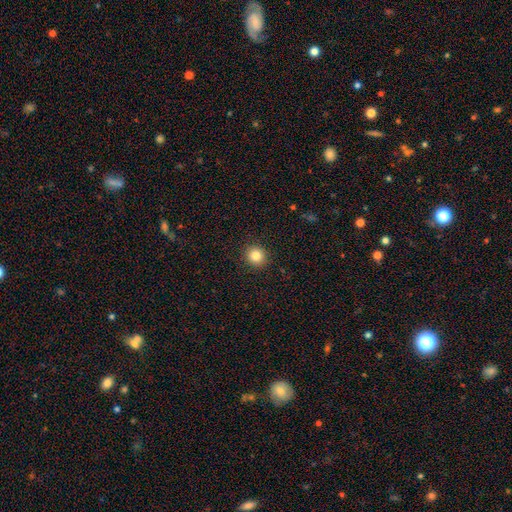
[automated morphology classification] This appears to be a smooth galaxy with no disk features (84%) that is round (90%). Merging: none (92%).